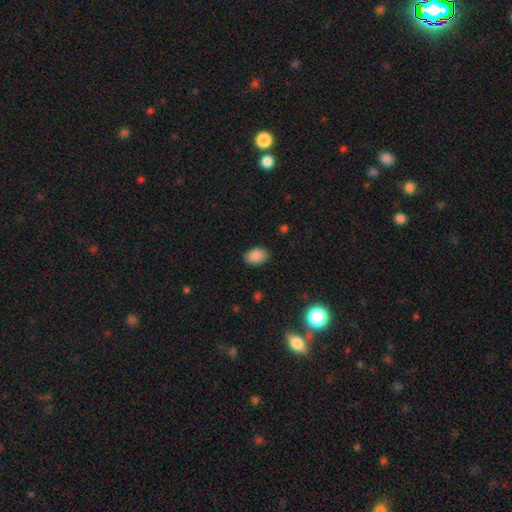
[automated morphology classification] Smooth or featured: smooth — 88% (star or artifact — 8%)
How rounded: in between — 81% (round — 18%)
Merging: none — 84% (minor disturbance — 12%)